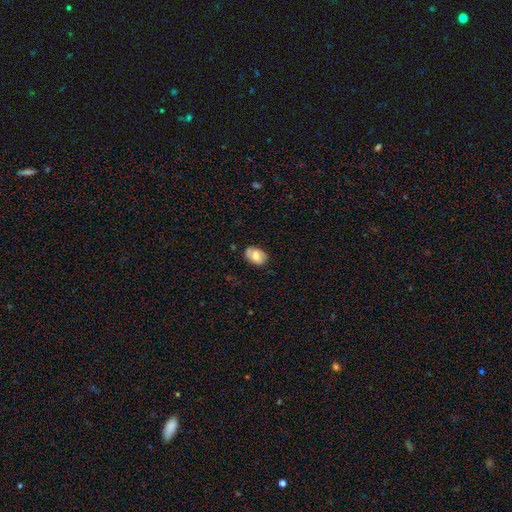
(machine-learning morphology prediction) Smooth or featured? smooth (64%)
How rounded? in between (81%)
Merging? none (72%)